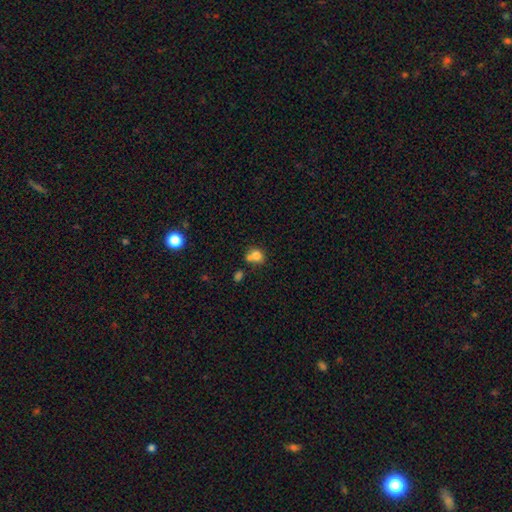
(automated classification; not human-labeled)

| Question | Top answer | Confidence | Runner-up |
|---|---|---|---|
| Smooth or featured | smooth | 78% | star or artifact (11%) |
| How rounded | round | 62% | in between (37%) |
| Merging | merger | 41% | none (40%) |